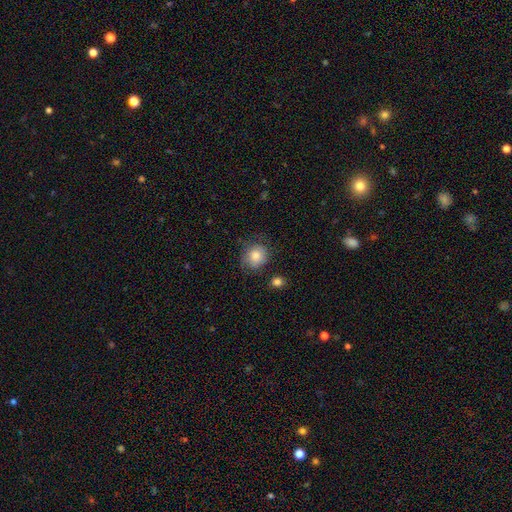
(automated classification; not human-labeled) Smooth or featured?
  - smooth: 78% *
  - featured or disk: 13%
  - star or artifact: 9%
How rounded?
  - round: 79% *
  - in between: 20%
  - cigar-shaped: 1%
Merging?
  - none: 70% *
  - minor disturbance: 21%
  - major disturbance: 6%
  - merger: 3%